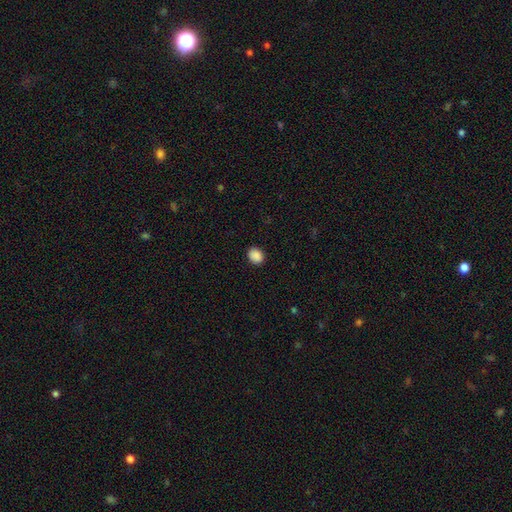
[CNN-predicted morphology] This appears to be a smooth galaxy with no disk features (89%) that is in between round and cigar-shaped (53%). Merging: none (89%).